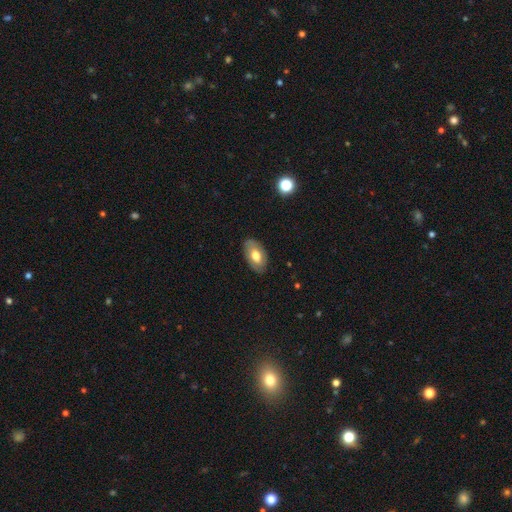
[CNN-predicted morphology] smooth-or-featured: smooth: 59% | featured or disk: 34% | star or artifact: 7%
  how-rounded: in between: 93% | round: 5% | cigar-shaped: 2%
  merging: none: 82% | minor disturbance: 14% | major disturbance: 3% | merger: 1%